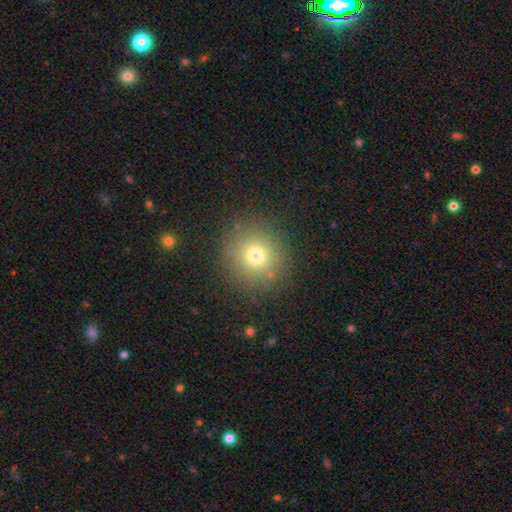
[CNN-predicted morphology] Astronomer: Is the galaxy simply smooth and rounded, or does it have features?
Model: smooth — 72%.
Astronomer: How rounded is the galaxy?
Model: round — 94%.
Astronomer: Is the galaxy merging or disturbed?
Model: none — 88%.